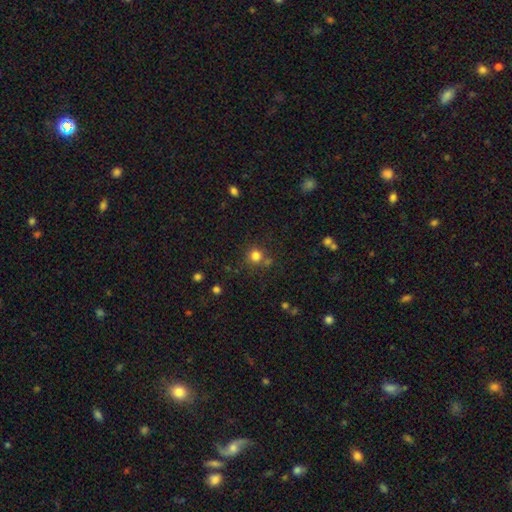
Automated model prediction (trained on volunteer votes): This is likely a smooth galaxy (79%). How rounded: clearly round (92%). Merging: likely none (72%).